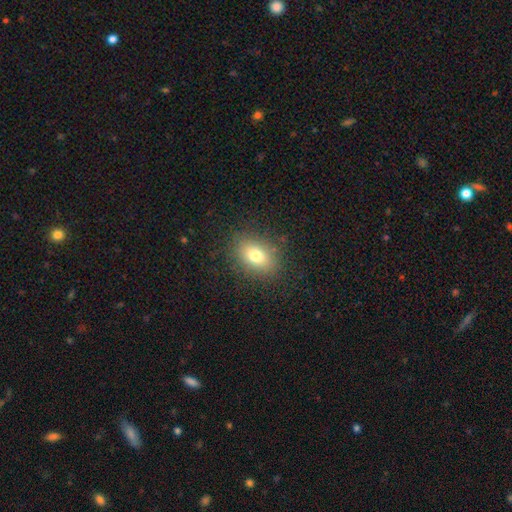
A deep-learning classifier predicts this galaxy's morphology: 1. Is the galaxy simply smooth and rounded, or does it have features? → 76% smooth, 12% featured or disk, 11% star or artifact.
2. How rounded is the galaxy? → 75% in between, 23% round, 2% cigar-shaped.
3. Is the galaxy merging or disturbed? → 85% none, 10% minor disturbance, 4% major disturbance, 1% merger.